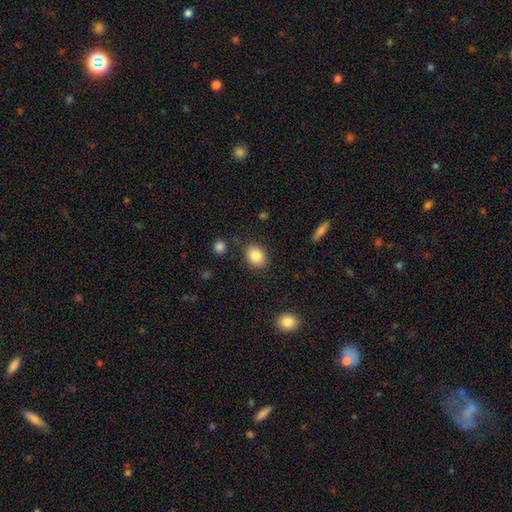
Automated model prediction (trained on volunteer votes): A smooth galaxy with no disk features (85%) that is in between round and cigar-shaped (53%).

Vote fractions:
- Smooth or featured? smooth: 85% / star or artifact: 9% / featured or disk: 6%
- How rounded? in between: 53% / round: 46% / cigar-shaped: 1%
- Merging? none: 84% / minor disturbance: 10% / major disturbance: 3% / merger: 2%